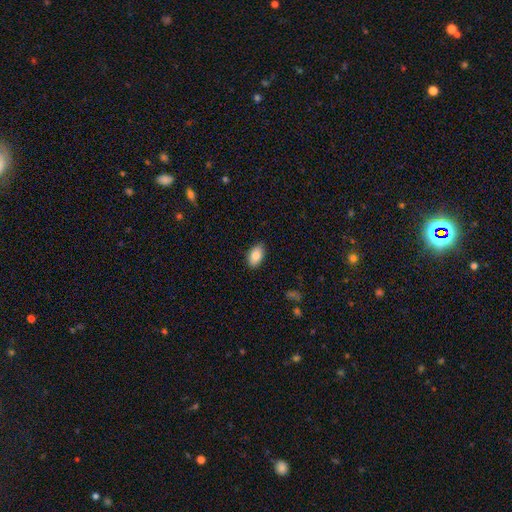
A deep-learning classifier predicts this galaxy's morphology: Smooth or featured?
  - smooth: 86% *
  - featured or disk: 7%
  - star or artifact: 7%
How rounded?
  - in between: 94% *
  - round: 4%
  - cigar-shaped: 2%
Merging?
  - none: 87% *
  - minor disturbance: 10%
  - major disturbance: 2%
  - merger: 1%